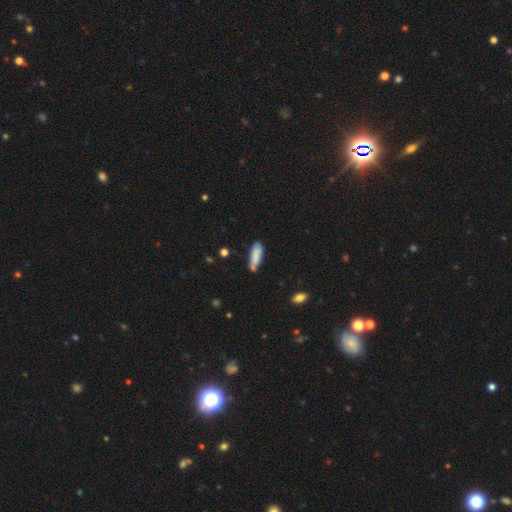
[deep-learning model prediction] A smooth galaxy with no disk features (77%) that is in between round and cigar-shaped (56%). Merging: none (59%).